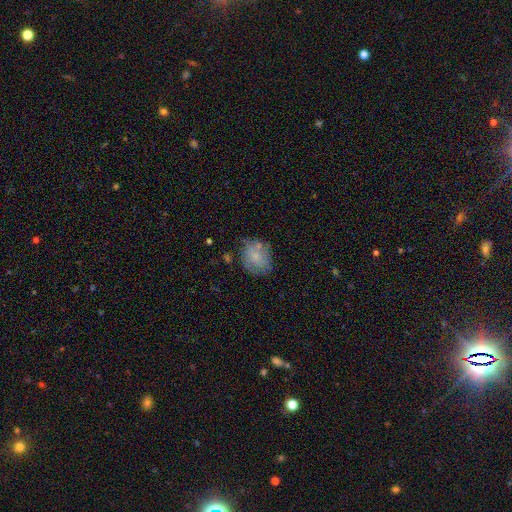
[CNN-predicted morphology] smooth_or_featured: smooth (p=0.59) [alt: featured or disk p=0.32]
how_rounded: round (p=0.60) [alt: in between p=0.39]
merging: none (p=0.59) [alt: minor disturbance p=0.26]